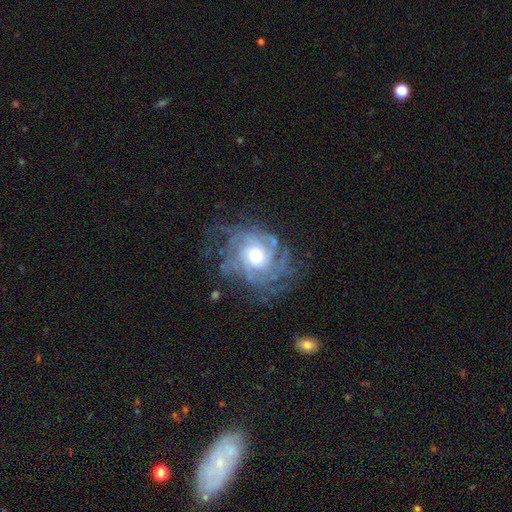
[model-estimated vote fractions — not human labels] Smooth or featured: featured or disk — 84% (smooth — 9%)
Edge-on disk: no — 97% (yes — 3%)
Bar: no — 76% (weak — 20%)
Spiral arms: yes — 93% (no — 7%)
Spiral winding: tight — 58% (medium — 31%)
Spiral arm count: can't tell — 36% (more than 4 — 18%)
Bulge size: moderate — 67% (large — 18%)
Merging: none — 65% (minor disturbance — 18%)